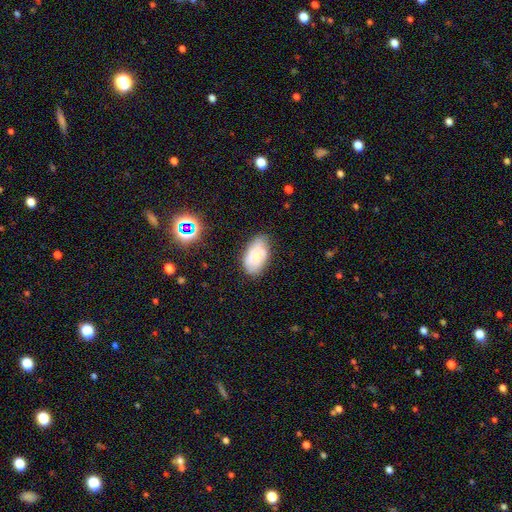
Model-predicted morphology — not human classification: smooth_or_featured: smooth (p=0.63) [alt: featured or disk p=0.28]
how_rounded: in between (p=0.93) [alt: round p=0.05]
merging: none (p=0.67) [alt: minor disturbance p=0.26]